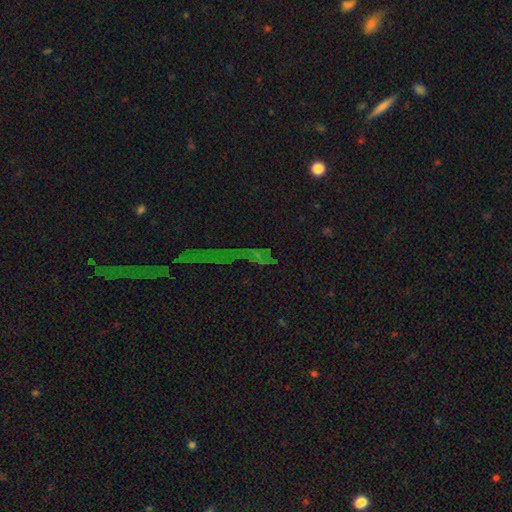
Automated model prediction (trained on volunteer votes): Morphology: type=star or artifact (74%).